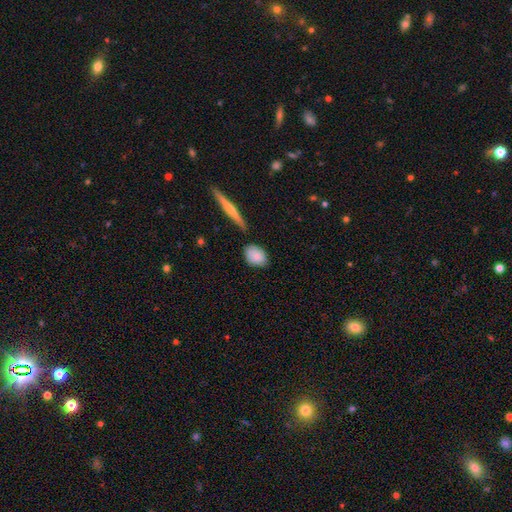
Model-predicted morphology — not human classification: Smooth or featured? Predicted: smooth (p=0.83). How rounded? Predicted: in between (p=0.67). Merging? Predicted: none (p=0.72).